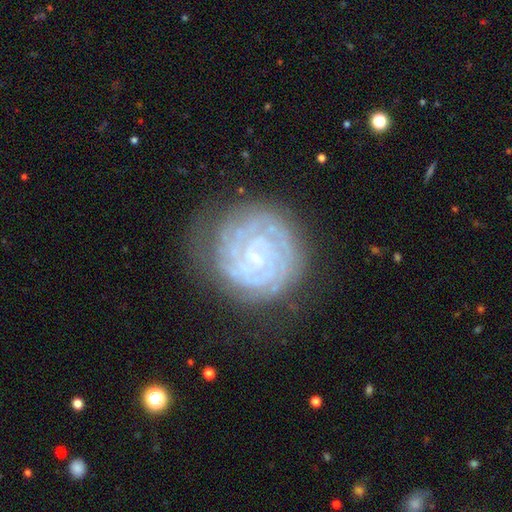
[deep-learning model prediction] This is clearly a featured or disk galaxy (87%). It is clearly not viewed edge-on (98%). Bar: likely no (64%). Spiral arm pattern: clearly yes (98%). Spiral arm count: marginally 2 (30%). Spiral winding: clearly tight (87%). Central bulge: clearly small (81%). Merging: likely none (76%).